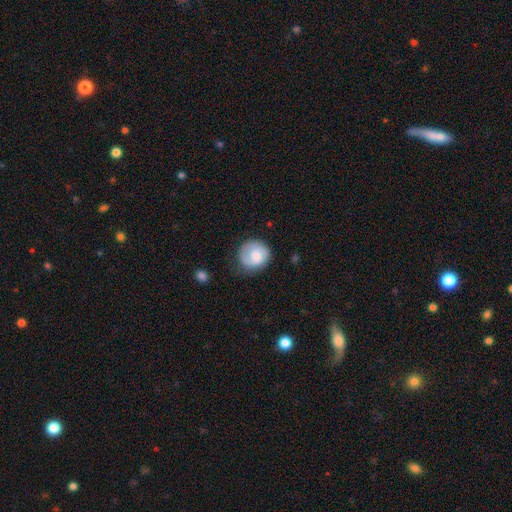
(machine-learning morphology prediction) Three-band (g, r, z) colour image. It shows a smooth galaxy with no disk features (71%) that is round (85%). Merging: none (67%).